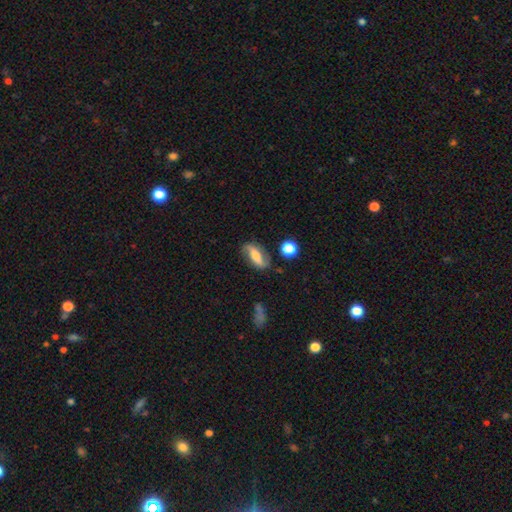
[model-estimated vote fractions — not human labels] Q: Smooth or featured?
A: featured or disk (64%); runner-up: smooth (28%)
Q: Edge-on disk?
A: no (89%); runner-up: yes (11%)
Q: Bar?
A: strong (37%); runner-up: no (31%)
Q: Spiral arms?
A: yes (90%); runner-up: no (10%)
Q: Spiral winding?
A: loose (68%); runner-up: medium (23%)
Q: Spiral arm count?
A: 2 (91%); runner-up: can't tell (4%)
Q: Bulge size?
A: moderate (46%); runner-up: small (24%)
Q: Merging?
A: none (77%); runner-up: minor disturbance (15%)